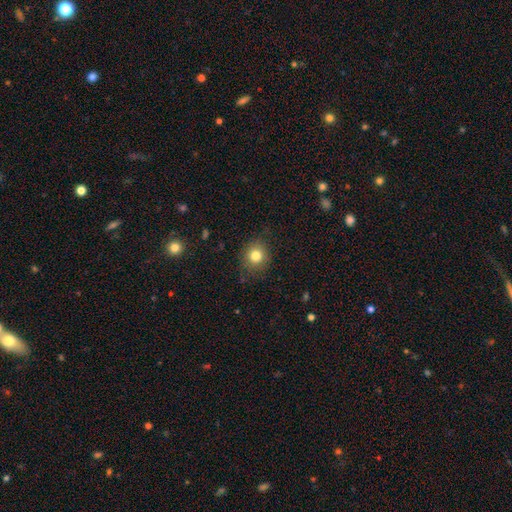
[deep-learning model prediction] Q: Smooth or featured?
A: smooth (80%); runner-up: star or artifact (11%)
Q: How rounded?
A: round (78%); runner-up: in between (21%)
Q: Merging?
A: none (80%); runner-up: minor disturbance (15%)